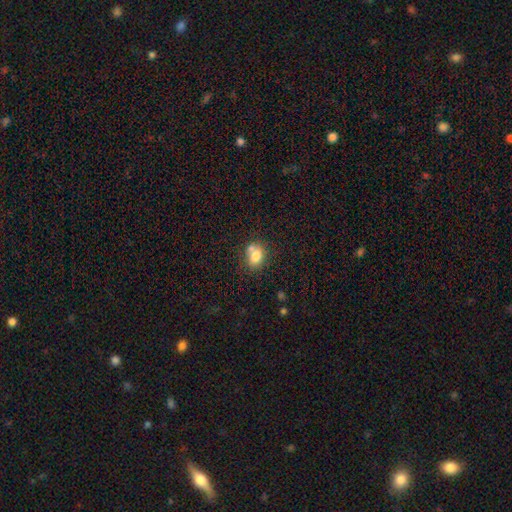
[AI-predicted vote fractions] This is likely a smooth galaxy (77%). How rounded: possibly in between (52%). Merging: possibly none (50%).